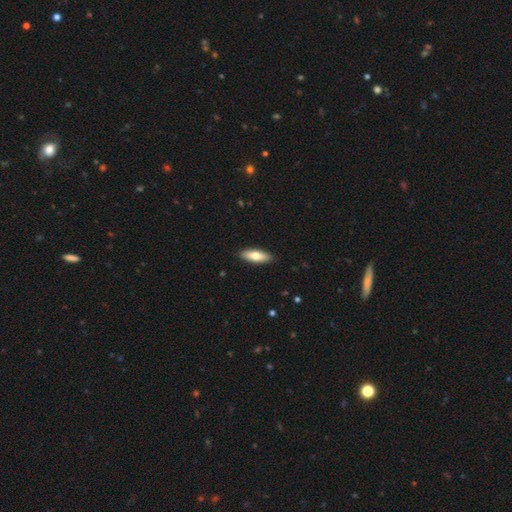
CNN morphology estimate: Smooth or featured? smooth (73%)
How rounded? in between (58%)
Merging? none (90%)